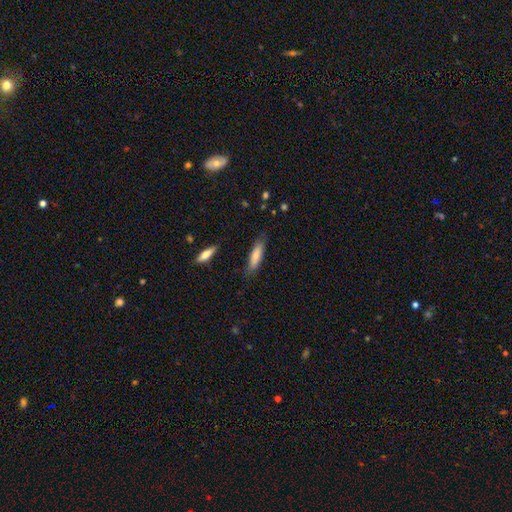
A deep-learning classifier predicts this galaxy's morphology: Smooth or featured?
  - smooth: 78% *
  - featured or disk: 16%
  - star or artifact: 6%
How rounded?
  - cigar-shaped: 70% *
  - in between: 29%
  - round: 1%
Merging?
  - none: 78% *
  - minor disturbance: 17%
  - major disturbance: 3%
  - merger: 2%